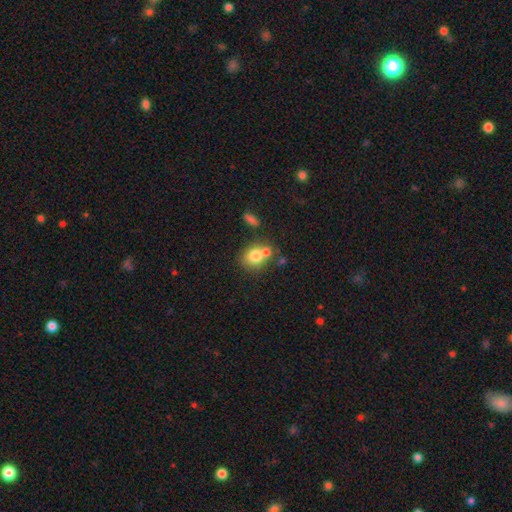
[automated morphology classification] This is likely a smooth galaxy (77%). How rounded: likely round (65%). Merging: possibly none (46%).